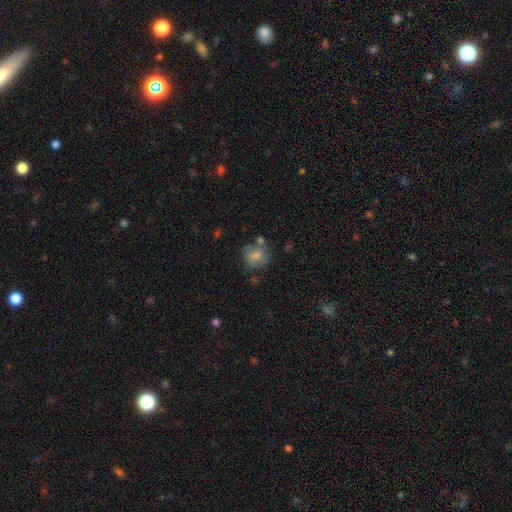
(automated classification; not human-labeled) Overall: smooth (73%). How rounded: round (79%). Merging: none (62%).